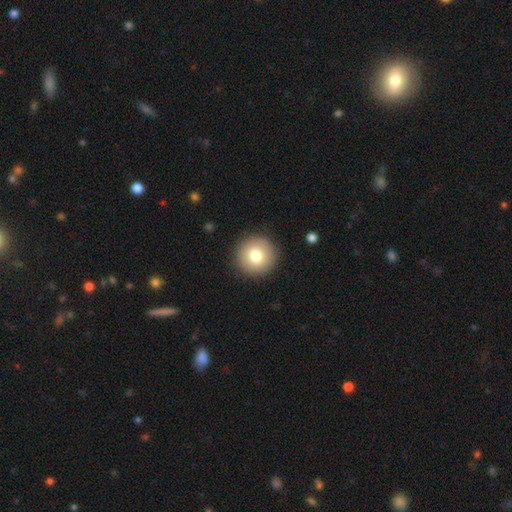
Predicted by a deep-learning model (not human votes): A smooth galaxy with no disk features (78%) that is round (96%).

Vote fractions:
- Smooth or featured? smooth: 78% / featured or disk: 13% / star or artifact: 9%
- How rounded? round: 96% / in between: 3% / cigar-shaped: 1%
- Merging? none: 91% / minor disturbance: 6% / major disturbance: 2% / merger: 1%